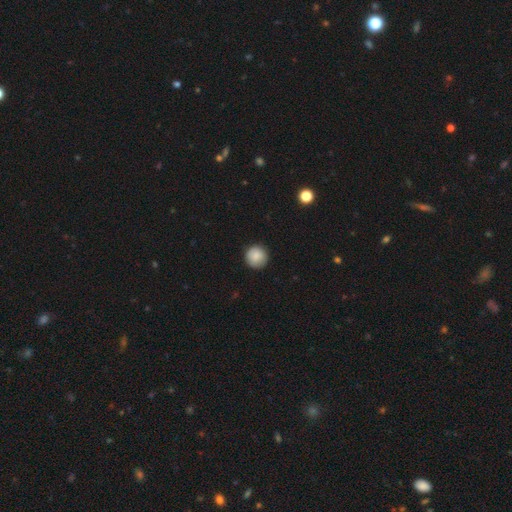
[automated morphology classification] Smooth or featured? smooth (87%)
How rounded? round (95%)
Merging? none (90%)